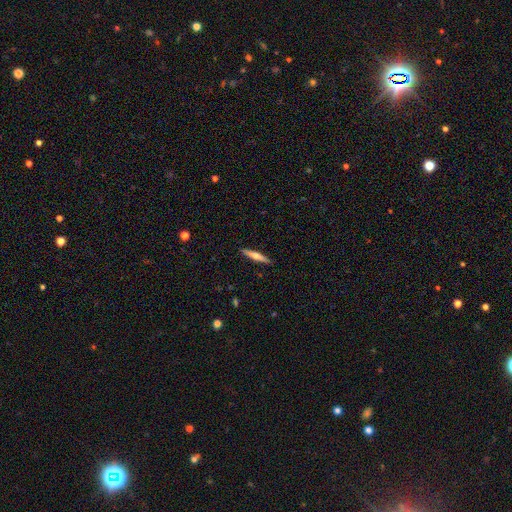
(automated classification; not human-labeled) smooth_or_featured: featured or disk (p=0.49) [alt: smooth p=0.45]
merging: none (p=0.91) [alt: minor disturbance p=0.06]